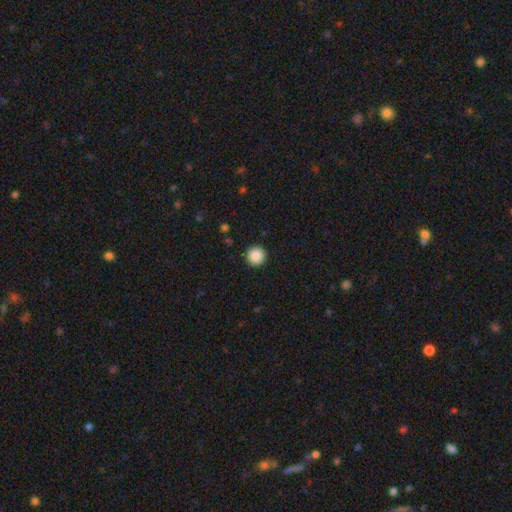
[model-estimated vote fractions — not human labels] Smooth or featured? smooth (88%)
How rounded? round (96%)
Merging? none (92%)